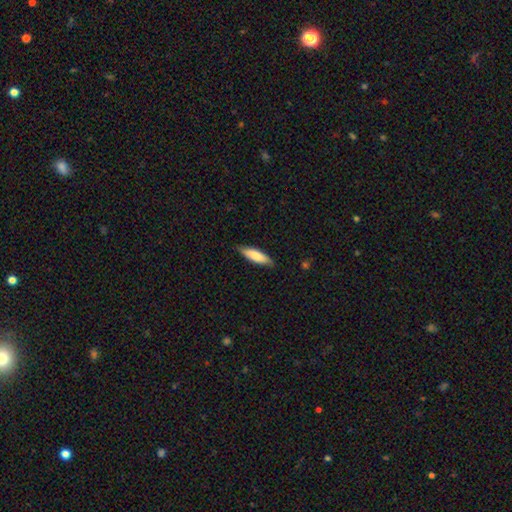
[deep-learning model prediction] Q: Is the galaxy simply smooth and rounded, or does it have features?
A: smooth — 76%.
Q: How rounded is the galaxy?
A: cigar-shaped — 58%.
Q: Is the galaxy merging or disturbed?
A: none — 83%.